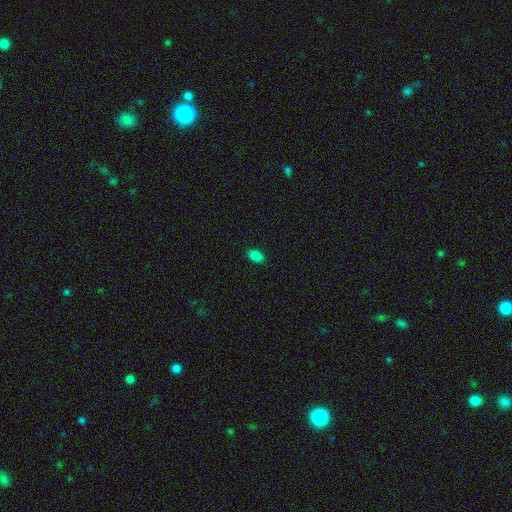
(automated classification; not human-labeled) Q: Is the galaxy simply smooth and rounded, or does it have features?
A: smooth — 85%.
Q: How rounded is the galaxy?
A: in between — 89%.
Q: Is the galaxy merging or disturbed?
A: none — 88%.